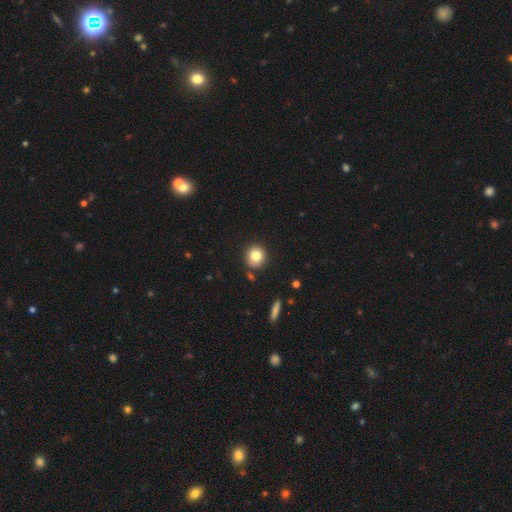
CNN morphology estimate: A smooth galaxy with no disk features (81%) that is round (88%).

Vote fractions:
- Smooth or featured? smooth: 81% / star or artifact: 11% / featured or disk: 8%
- How rounded? round: 88% / in between: 11% / cigar-shaped: 1%
- Merging? none: 87% / minor disturbance: 8% / merger: 3% / major disturbance: 2%